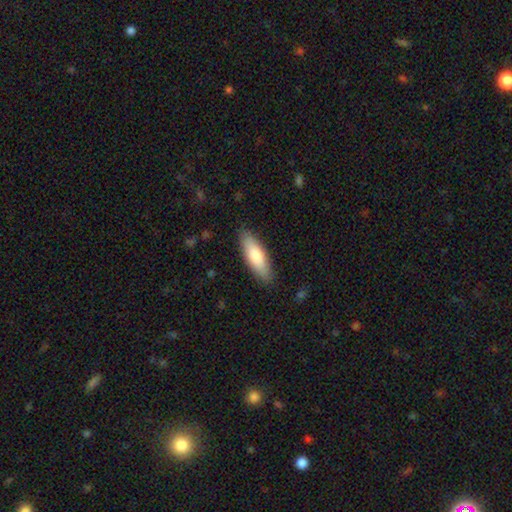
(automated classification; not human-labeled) Morphology: type=smooth (76%); roundness=in between (51%); merging=none (87%).